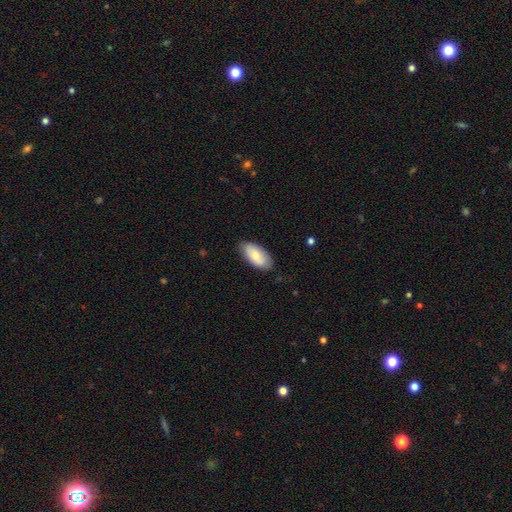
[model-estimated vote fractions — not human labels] Smooth or featured?
  - smooth: 72% *
  - featured or disk: 22%
  - star or artifact: 6%
How rounded?
  - in between: 94% *
  - cigar-shaped: 4%
  - round: 3%
Merging?
  - none: 80% *
  - minor disturbance: 17%
  - major disturbance: 3%
  - merger: 1%